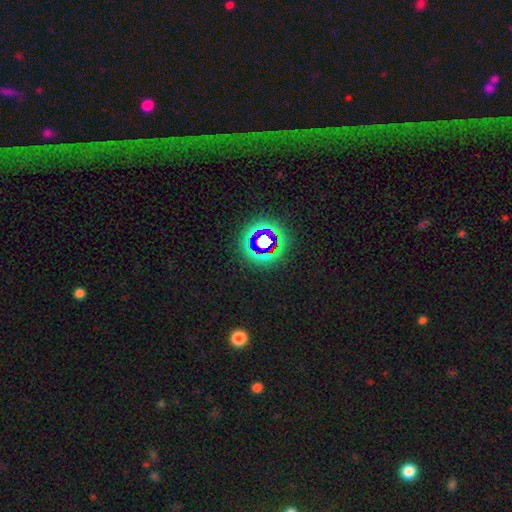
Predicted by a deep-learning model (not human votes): Morphology: type=star or artifact (71%).